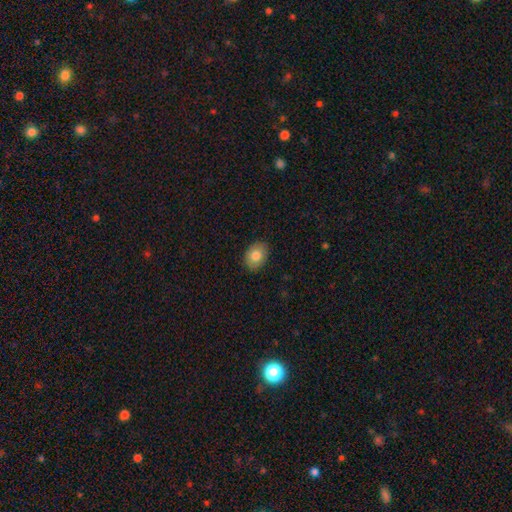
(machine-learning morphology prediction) smooth_or_featured: smooth (p=0.81) [alt: featured or disk p=0.12]
how_rounded: in between (p=0.71) [alt: round p=0.28]
merging: none (p=0.88) [alt: minor disturbance p=0.09]